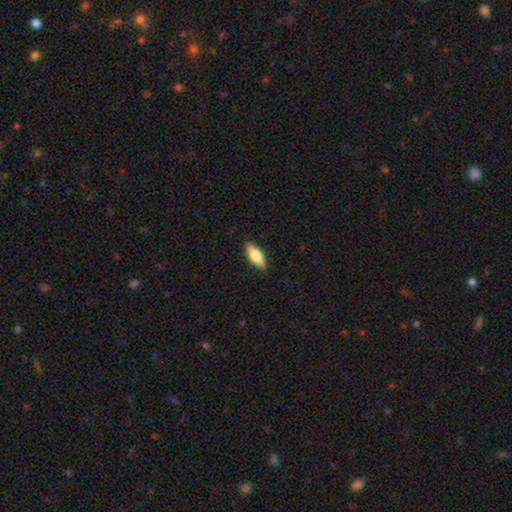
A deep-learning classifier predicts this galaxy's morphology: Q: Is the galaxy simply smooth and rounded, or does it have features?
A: smooth — 69%.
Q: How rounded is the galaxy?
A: in between — 69%.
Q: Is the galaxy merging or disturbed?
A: none — 88%.